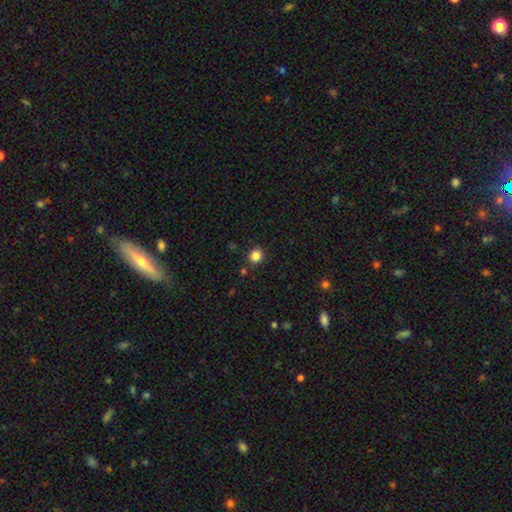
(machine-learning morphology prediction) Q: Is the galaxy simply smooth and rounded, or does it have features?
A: smooth — 84%.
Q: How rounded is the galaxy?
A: round — 84%.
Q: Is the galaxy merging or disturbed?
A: none — 88%.